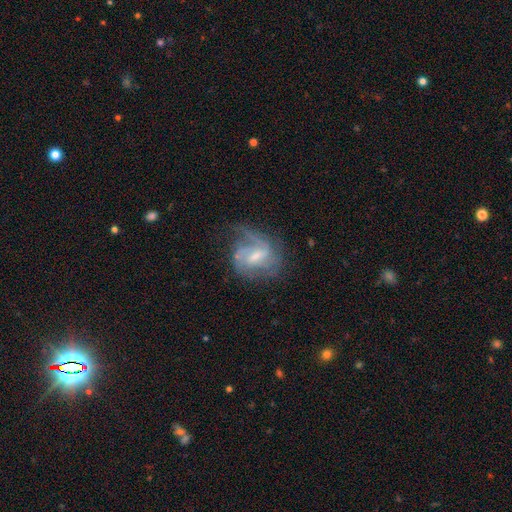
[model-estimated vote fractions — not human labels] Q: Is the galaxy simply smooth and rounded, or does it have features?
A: featured or disk — 78%.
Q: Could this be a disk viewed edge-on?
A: no — 97%.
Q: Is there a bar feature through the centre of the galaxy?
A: weak — 57%.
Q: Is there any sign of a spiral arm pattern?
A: yes — 89%.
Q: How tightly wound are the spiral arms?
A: medium — 44%.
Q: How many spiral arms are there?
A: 2 — 38%.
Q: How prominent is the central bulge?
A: small — 45%.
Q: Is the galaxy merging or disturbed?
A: none — 45%.